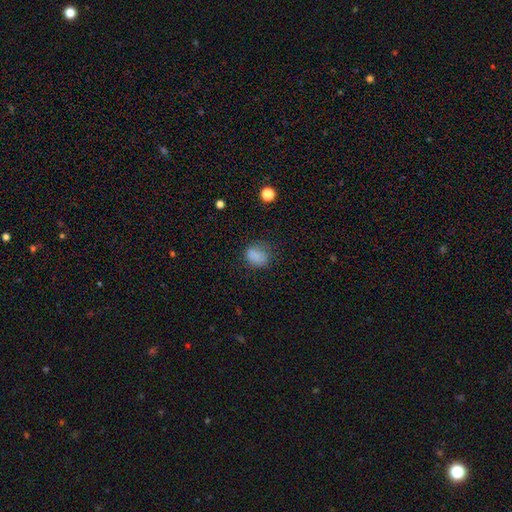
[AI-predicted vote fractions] Overall: smooth (81%). How rounded: round (55%; in between 44%). Merging: none (64%).